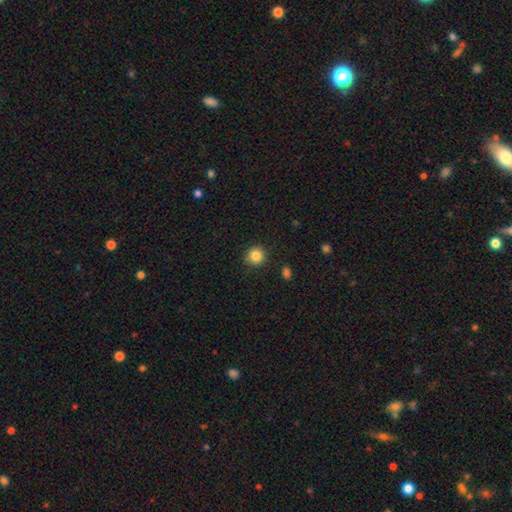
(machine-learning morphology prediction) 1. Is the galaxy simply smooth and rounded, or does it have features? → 85% smooth, 10% star or artifact, 5% featured or disk.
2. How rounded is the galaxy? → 92% round, 7% in between, 1% cigar-shaped.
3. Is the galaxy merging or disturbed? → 90% none, 7% minor disturbance, 2% major disturbance, 1% merger.